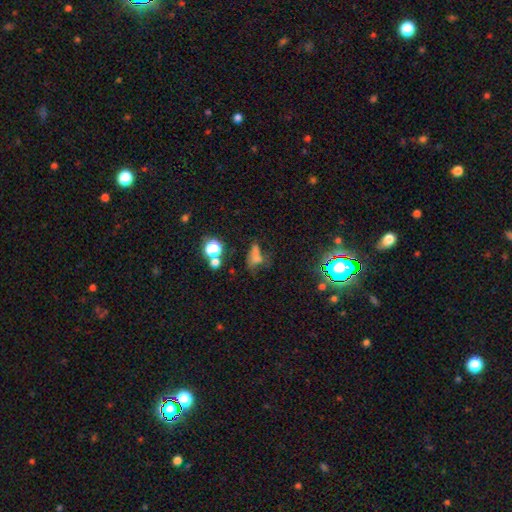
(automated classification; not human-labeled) This is possibly a smooth galaxy (54%). How rounded: likely in between (61%). Merging: marginally none (34%).